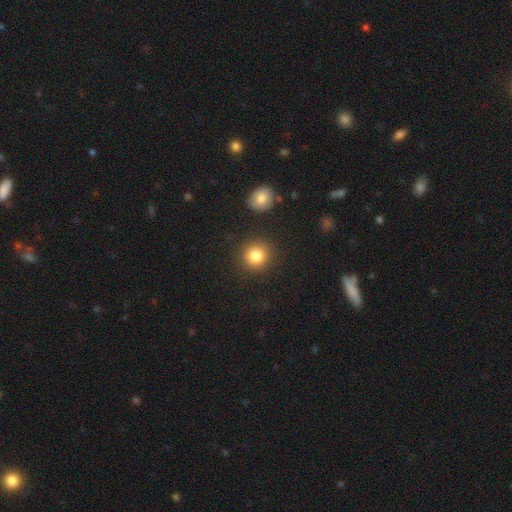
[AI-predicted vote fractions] Smooth or featured?
  - smooth: 84% *
  - star or artifact: 10%
  - featured or disk: 6%
How rounded?
  - round: 88% *
  - in between: 11%
  - cigar-shaped: 1%
Merging?
  - none: 87% *
  - minor disturbance: 7%
  - merger: 3%
  - major disturbance: 3%